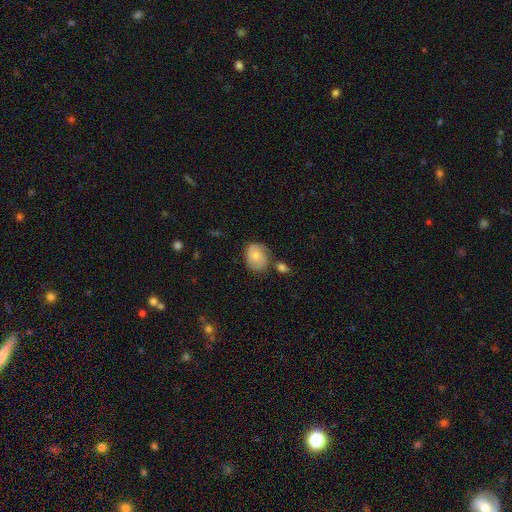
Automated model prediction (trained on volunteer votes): Smooth or featured: smooth — 65% (featured or disk — 28%)
How rounded: round — 52% (in between — 47%)
Merging: none — 50% (minor disturbance — 27%)